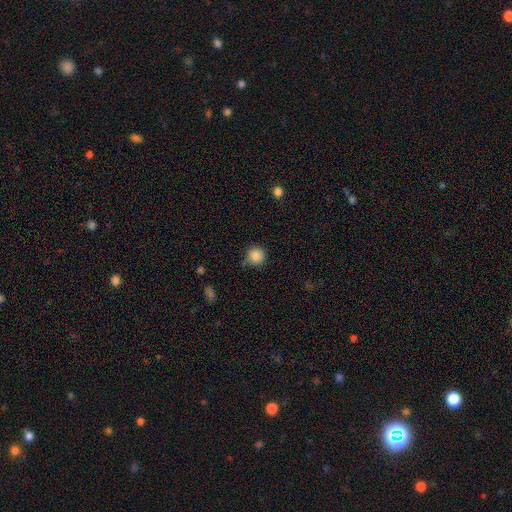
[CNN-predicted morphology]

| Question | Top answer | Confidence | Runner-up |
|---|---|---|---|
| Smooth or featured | smooth | 87% | star or artifact (9%) |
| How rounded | round | 93% | in between (6%) |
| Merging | none | 80% | minor disturbance (13%) |